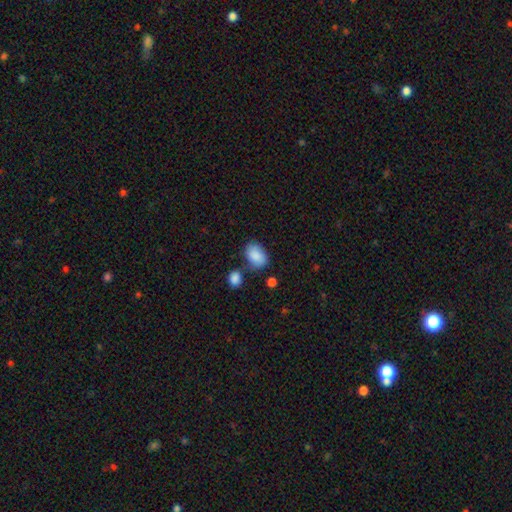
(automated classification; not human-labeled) This is clearly a smooth galaxy (85%). How rounded: clearly in between (81%). Merging: likely none (63%).